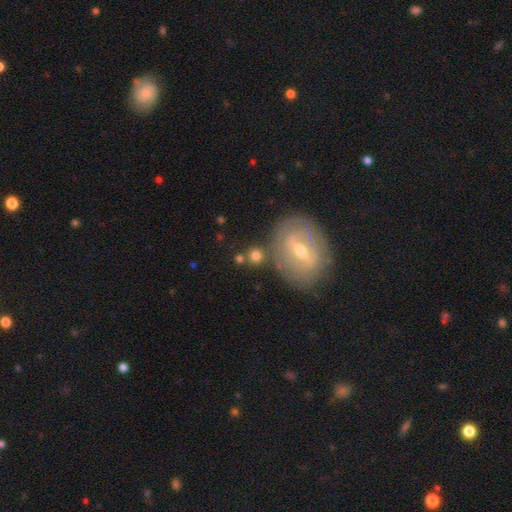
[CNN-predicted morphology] This appears to be a smooth galaxy with no disk features (68%) that is round (86%). Merging: none (72%).